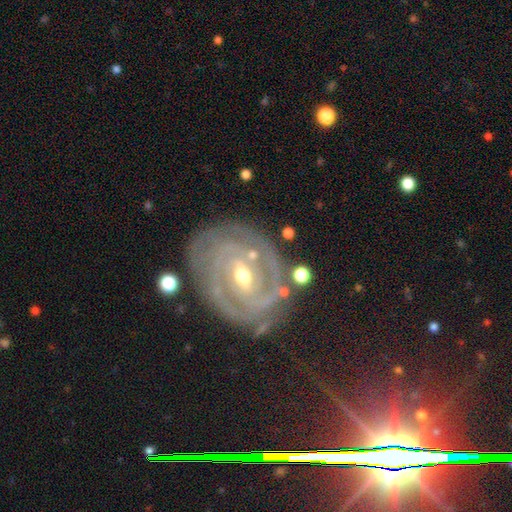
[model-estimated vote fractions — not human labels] Q: Smooth or featured?
A: featured or disk (82%); runner-up: star or artifact (12%)
Q: Edge-on disk?
A: no (95%); runner-up: yes (5%)
Q: Bar?
A: weak (43%); runner-up: strong (36%)
Q: Spiral arms?
A: yes (95%); runner-up: no (5%)
Q: Spiral winding?
A: tight (79%); runner-up: medium (17%)
Q: Spiral arm count?
A: can't tell (31%); runner-up: 2 (24%)
Q: Bulge size?
A: small (51%); runner-up: moderate (46%)
Q: Merging?
A: none (78%); runner-up: minor disturbance (14%)